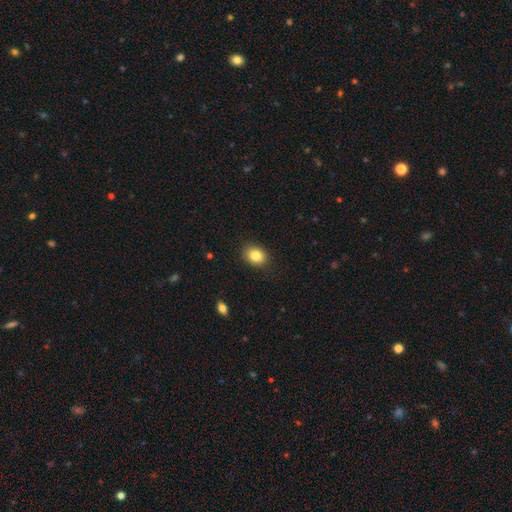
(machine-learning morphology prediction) smooth-or-featured: smooth: 84% | star or artifact: 9% | featured or disk: 7%
  how-rounded: in between: 57% | round: 42% | cigar-shaped: 1%
  merging: none: 86% | minor disturbance: 10% | major disturbance: 3% | merger: 1%